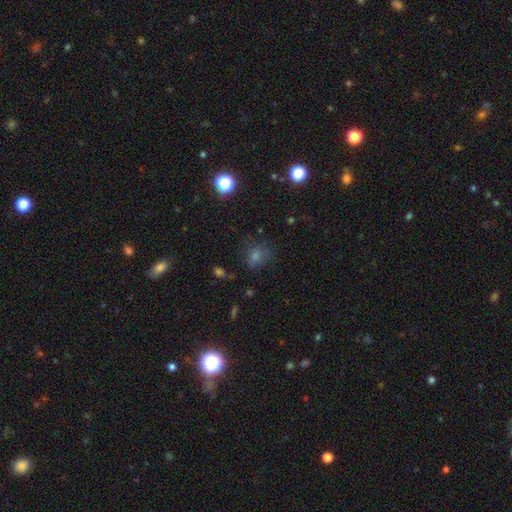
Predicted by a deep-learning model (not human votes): A smooth galaxy with no disk features (55%) that is round (68%). Merging: none (72%).